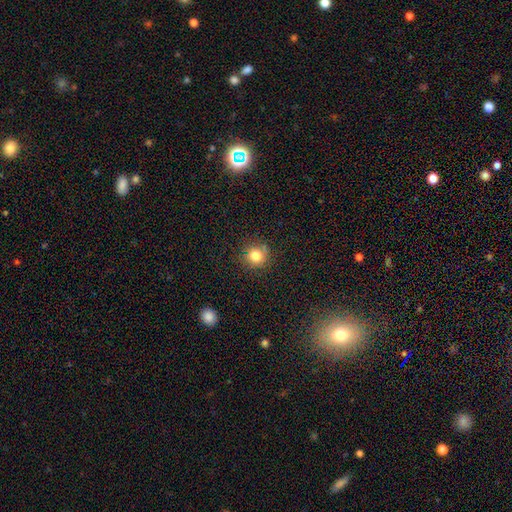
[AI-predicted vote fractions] Q: Smooth or featured?
A: smooth (81%); runner-up: star or artifact (13%)
Q: How rounded?
A: round (92%); runner-up: in between (7%)
Q: Merging?
A: none (83%); runner-up: minor disturbance (11%)